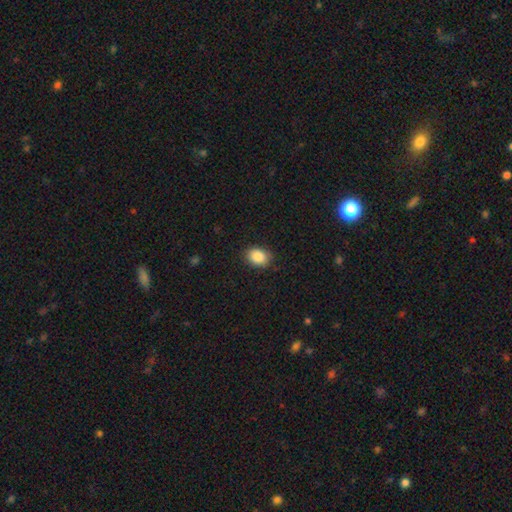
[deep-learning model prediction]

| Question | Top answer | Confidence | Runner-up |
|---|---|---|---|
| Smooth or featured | smooth | 89% | star or artifact (8%) |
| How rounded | in between | 70% | round (29%) |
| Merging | none | 85% | minor disturbance (11%) |